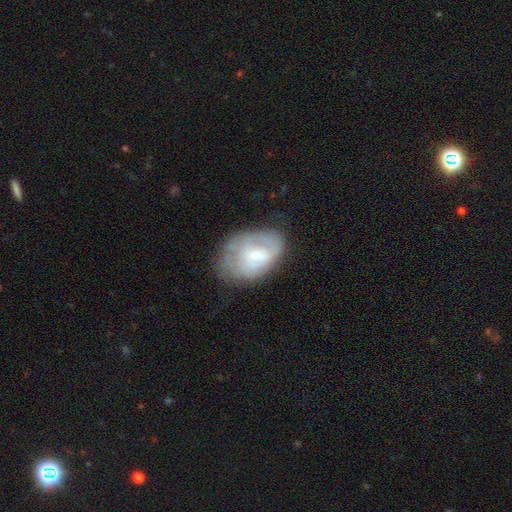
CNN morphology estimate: The model was most divided on "smooth or featured": featured or disk: 47%, smooth: 45%, star or artifact: 8%. More confident: merging — none (52%).